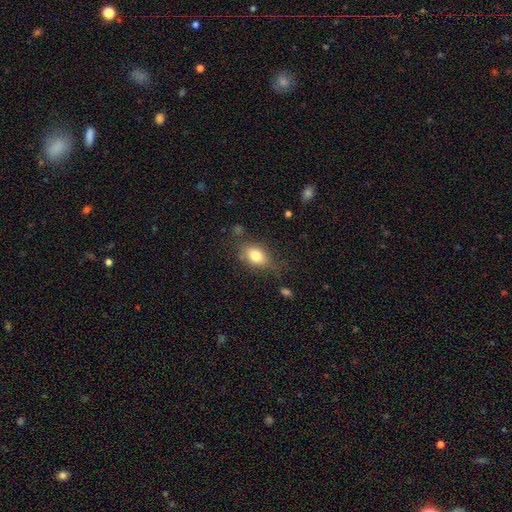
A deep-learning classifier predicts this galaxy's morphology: smooth_or_featured: smooth (p=0.79) [alt: featured or disk p=0.12]
how_rounded: in between (p=0.81) [alt: round p=0.17]
merging: none (p=0.69) [alt: minor disturbance p=0.21]